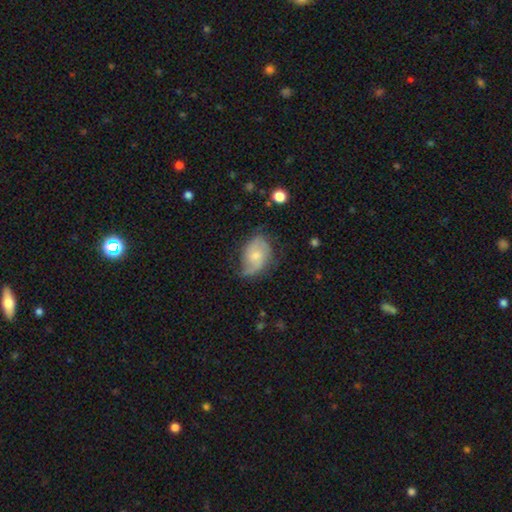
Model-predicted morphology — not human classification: smooth_or_featured: featured or disk (p=0.62) [alt: smooth p=0.30]
disk_edge_on: no (p=0.97) [alt: yes p=0.03]
bar: no (p=0.63) [alt: weak p=0.33]
has_spiral_arms: yes (p=0.89) [alt: no p=0.11]
spiral_winding: medium (p=0.43) [alt: loose p=0.35]
spiral_arm_count: 2 (p=0.71) [alt: can't tell p=0.13]
bulge_size: moderate (p=0.46) [alt: small p=0.41]
merging: none (p=0.56) [alt: minor disturbance p=0.29]